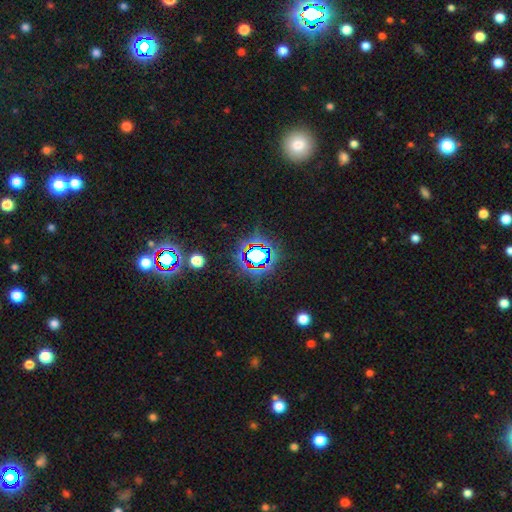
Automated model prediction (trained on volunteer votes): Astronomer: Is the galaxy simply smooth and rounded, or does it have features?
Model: star or artifact — 73%.